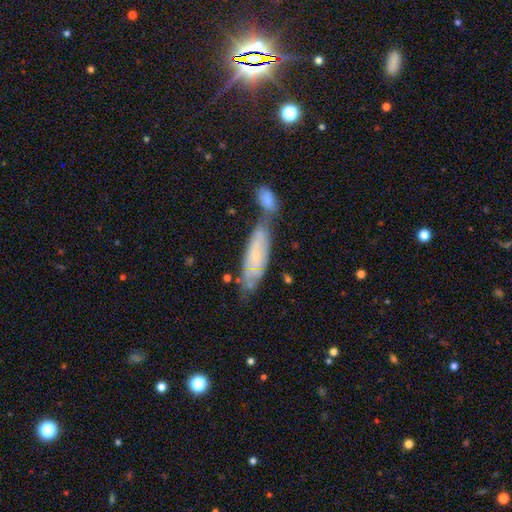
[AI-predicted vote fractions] This is possibly a featured or disk galaxy (52%). It is likely not viewed edge-on (75%). Merging: marginally merger (43%).